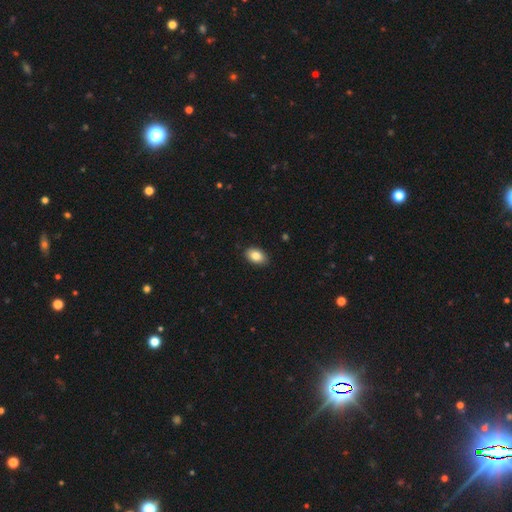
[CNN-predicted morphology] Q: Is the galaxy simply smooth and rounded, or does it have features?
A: smooth — 85%.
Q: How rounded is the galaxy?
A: in between — 89%.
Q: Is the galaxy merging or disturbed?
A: none — 89%.